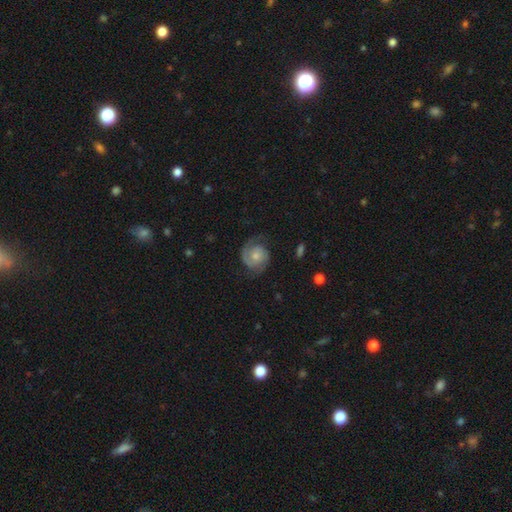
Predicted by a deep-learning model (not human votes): smooth_or_featured: featured or disk (p=0.82) [alt: smooth p=0.13]
disk_edge_on: no (p=0.98) [alt: yes p=0.02]
bar: no (p=0.72) [alt: weak p=0.24]
has_spiral_arms: yes (p=0.96) [alt: no p=0.04]
spiral_winding: tight (p=0.51) [alt: medium p=0.37]
spiral_arm_count: 2 (p=0.72) [alt: 1 p=0.17]
bulge_size: small (p=0.46) [alt: moderate p=0.44]
merging: none (p=0.71) [alt: minor disturbance p=0.18]